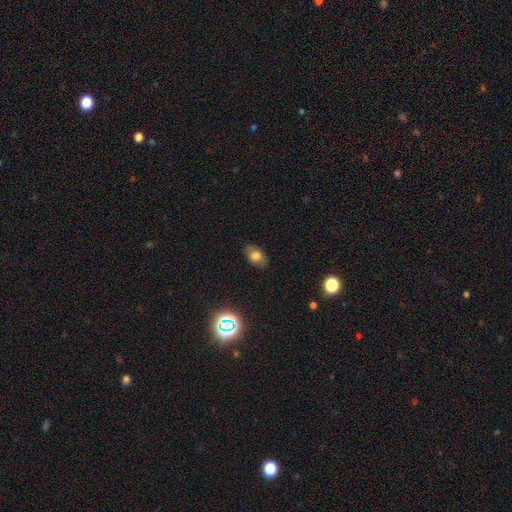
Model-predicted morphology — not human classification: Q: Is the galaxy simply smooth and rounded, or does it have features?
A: smooth — 72%.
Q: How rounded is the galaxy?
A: in between — 85%.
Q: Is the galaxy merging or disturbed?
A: none — 81%.